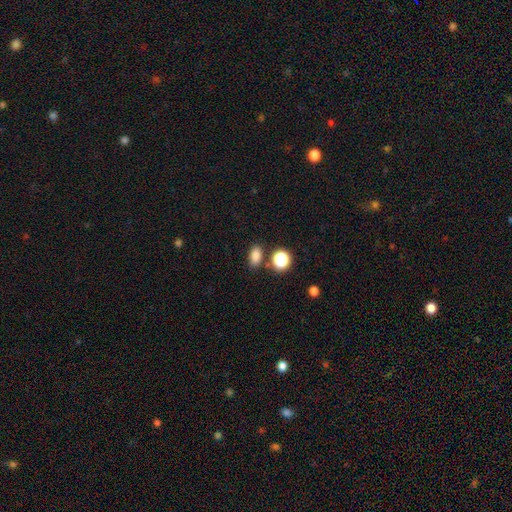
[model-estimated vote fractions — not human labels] A smooth galaxy with no disk features (82%) that is in between round and cigar-shaped (79%). Merging: none (79%).